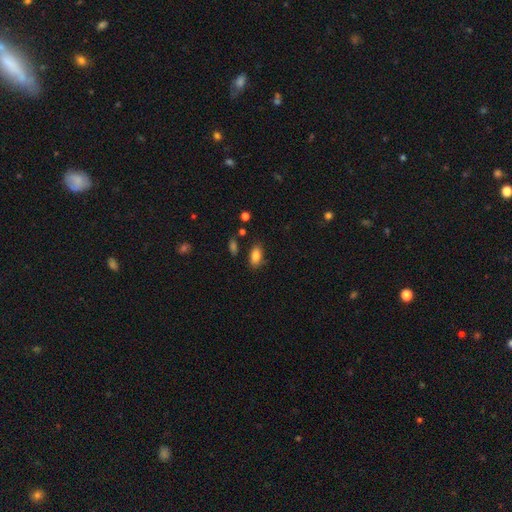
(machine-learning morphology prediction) smooth-or-featured: smooth: 85% | star or artifact: 9% | featured or disk: 6%
  how-rounded: in between: 90% | round: 6% | cigar-shaped: 4%
  merging: none: 81% | minor disturbance: 13% | major disturbance: 3% | merger: 3%